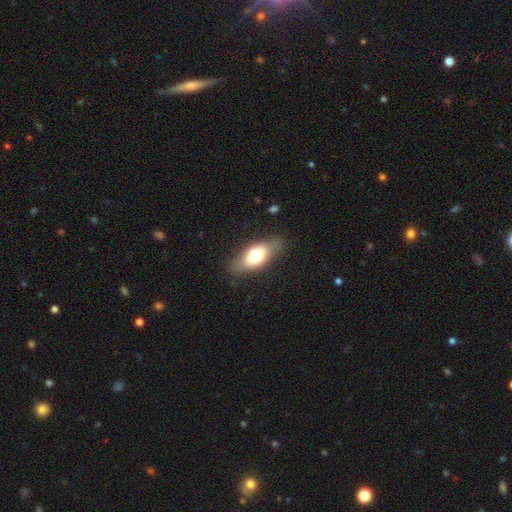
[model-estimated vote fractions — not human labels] Overall: smooth (67%). How rounded: in between (83%). Merging: none (76%).